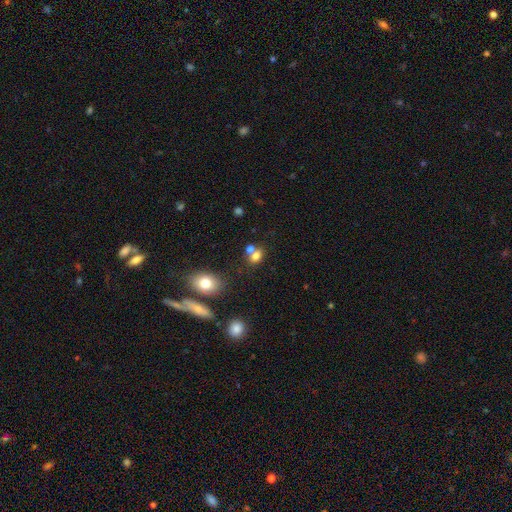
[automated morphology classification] Overall: smooth (75%). How rounded: in between (55%; round 44%). Merging: none (45%; merger 40%).